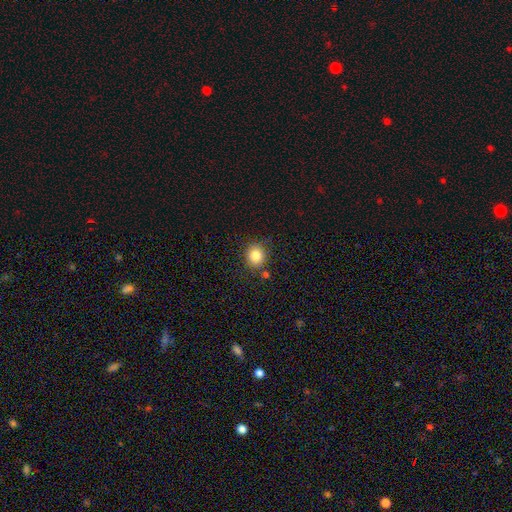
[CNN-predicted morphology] smooth_or_featured: smooth (p=0.84) [alt: star or artifact p=0.10]
how_rounded: round (p=0.81) [alt: in between p=0.18]
merging: none (p=0.83) [alt: minor disturbance p=0.10]